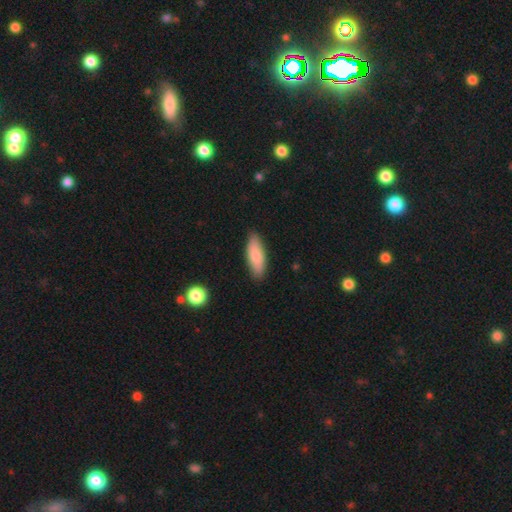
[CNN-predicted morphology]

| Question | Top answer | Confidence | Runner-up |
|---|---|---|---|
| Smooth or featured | smooth | 81% | featured or disk (13%) |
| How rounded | in between | 62% | cigar-shaped (36%) |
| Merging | none | 86% | minor disturbance (11%) |